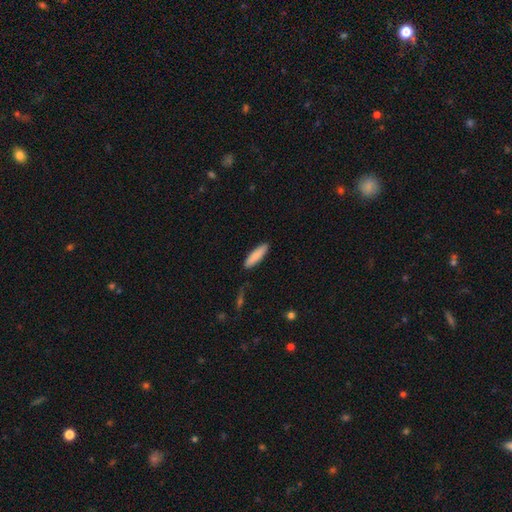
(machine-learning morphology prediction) smooth-or-featured: smooth: 87% | featured or disk: 8% | star or artifact: 6%
  how-rounded: cigar-shaped: 69% | in between: 30% | round: 1%
  merging: none: 88% | minor disturbance: 9% | major disturbance: 2% | merger: 1%